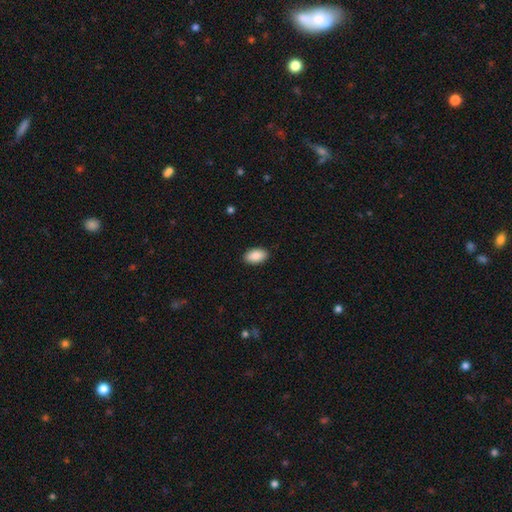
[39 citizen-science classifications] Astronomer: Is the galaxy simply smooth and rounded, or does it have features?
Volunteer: smooth — 95%.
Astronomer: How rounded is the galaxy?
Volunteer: in between — 100%.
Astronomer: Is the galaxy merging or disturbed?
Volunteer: none — 97%.